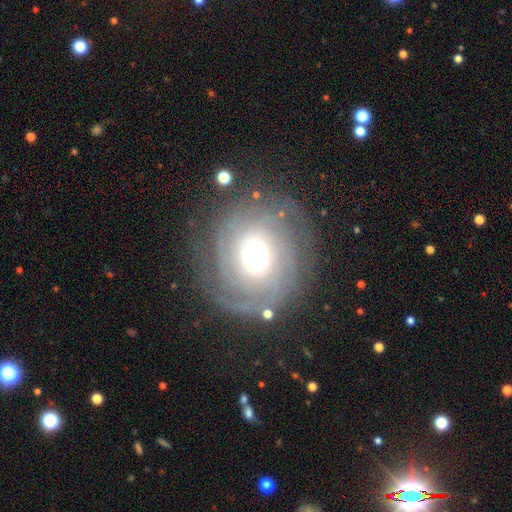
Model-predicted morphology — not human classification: type=featured or disk (80%); edge-on=no (97%); bar=no (70%); spiral arms=yes (94%); winding=tight (72%); arm count=can't tell (30%); bulge=moderate (47%); merging=none (75%).